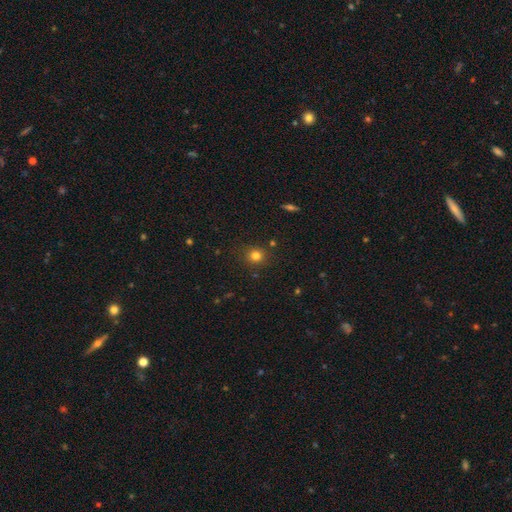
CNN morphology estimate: The model was most divided on "smooth or featured": smooth: 79%, star or artifact: 15%, featured or disk: 6%. More confident: how rounded — round (87%); merging — none (86%).